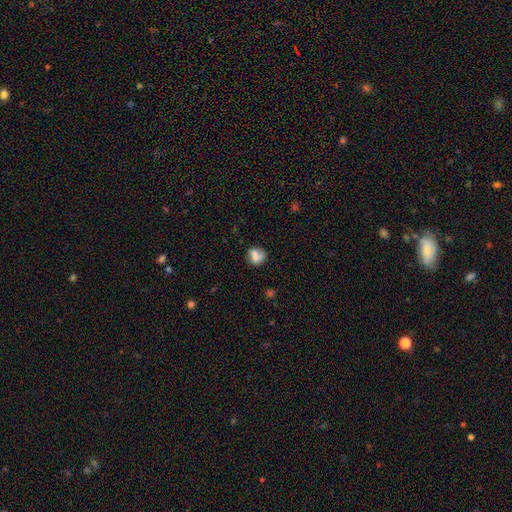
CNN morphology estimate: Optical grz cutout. It shows a smooth galaxy with no disk features (71%) that is round (65%). Merging: none (57%).